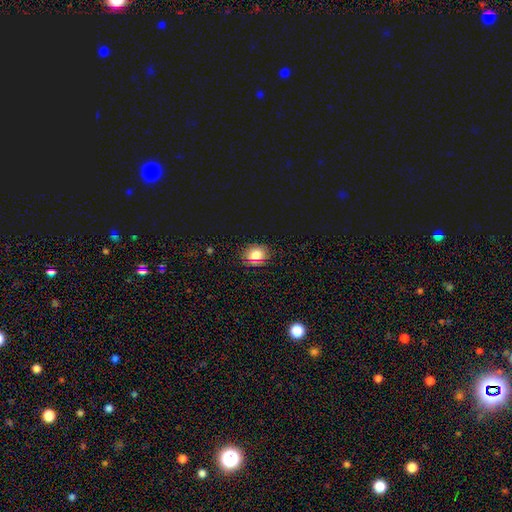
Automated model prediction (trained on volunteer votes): Morphology: type=smooth (73%); roundness=round (61%); merging=none (86%).